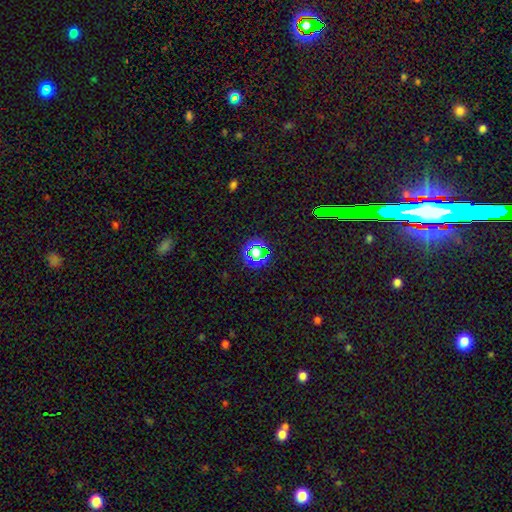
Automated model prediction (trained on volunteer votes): Morphology: type=star or artifact (54%).